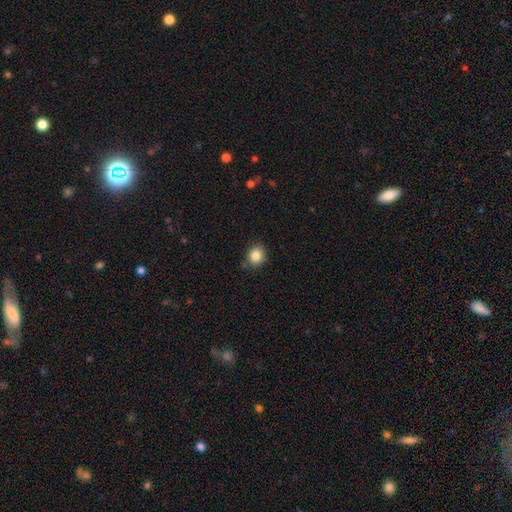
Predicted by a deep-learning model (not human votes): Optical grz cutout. It shows a smooth galaxy with no disk features (85%) that is round (78%). Merging: none (84%).